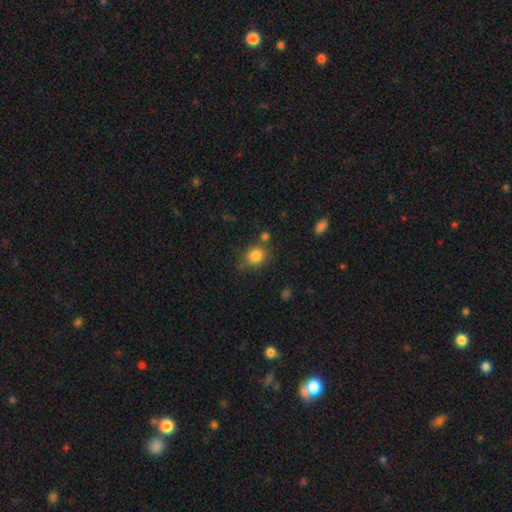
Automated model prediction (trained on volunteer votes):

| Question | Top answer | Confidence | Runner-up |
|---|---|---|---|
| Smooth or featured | smooth | 83% | star or artifact (11%) |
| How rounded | round | 75% | in between (24%) |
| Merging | none | 72% | minor disturbance (13%) |